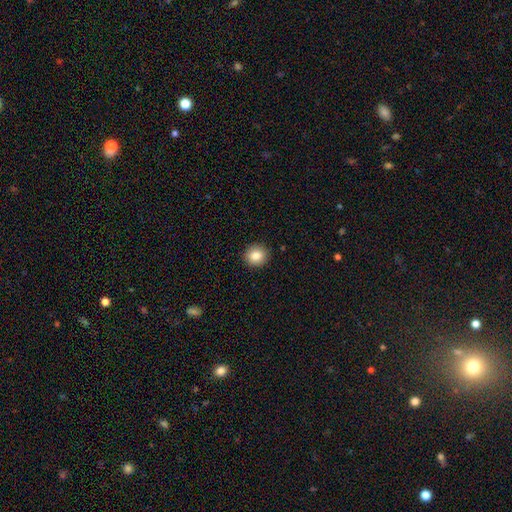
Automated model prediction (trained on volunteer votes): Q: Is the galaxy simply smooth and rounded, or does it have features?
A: smooth — 84%.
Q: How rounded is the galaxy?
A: round — 88%.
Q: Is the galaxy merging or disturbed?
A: none — 92%.